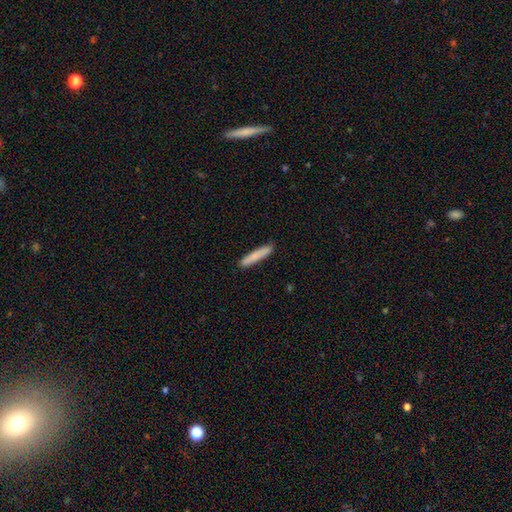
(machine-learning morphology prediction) smooth_or_featured: smooth (p=0.82) [alt: featured or disk p=0.12]
how_rounded: cigar-shaped (p=0.93) [alt: in between p=0.06]
merging: none (p=0.90) [alt: minor disturbance p=0.08]